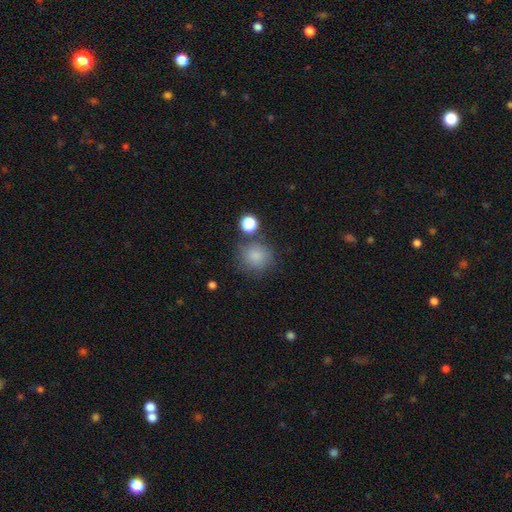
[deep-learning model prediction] Smooth or featured?
  - smooth: 83% *
  - star or artifact: 10%
  - featured or disk: 6%
How rounded?
  - round: 88% *
  - in between: 11%
  - cigar-shaped: 1%
Merging?
  - none: 72% *
  - minor disturbance: 14%
  - merger: 9%
  - major disturbance: 5%